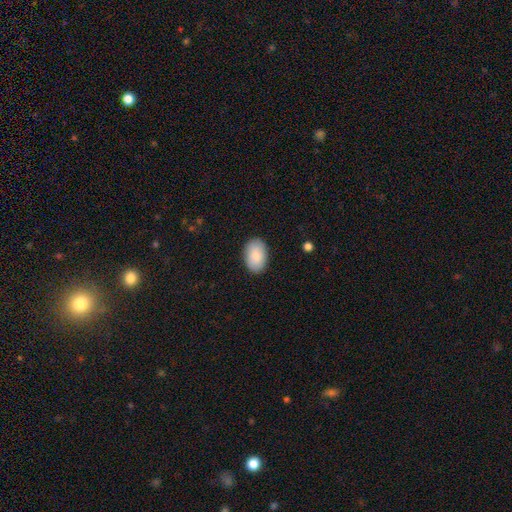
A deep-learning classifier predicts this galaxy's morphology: Q: Smooth or featured?
A: smooth (90%); runner-up: star or artifact (6%)
Q: How rounded?
A: in between (92%); runner-up: round (7%)
Q: Merging?
A: none (88%); runner-up: minor disturbance (9%)